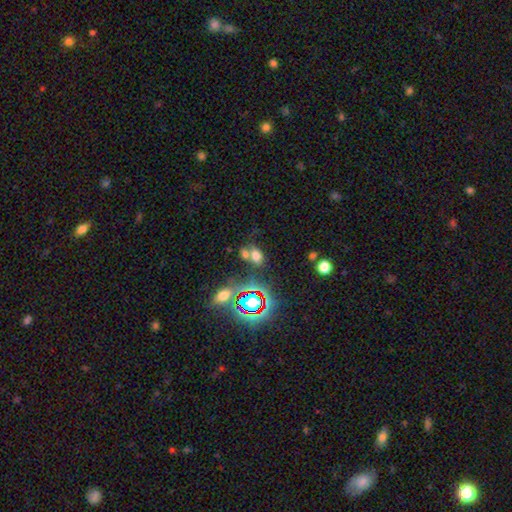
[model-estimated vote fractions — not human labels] Morphology: type=smooth (64%); roundness=in between (75%); merging=none (49%).